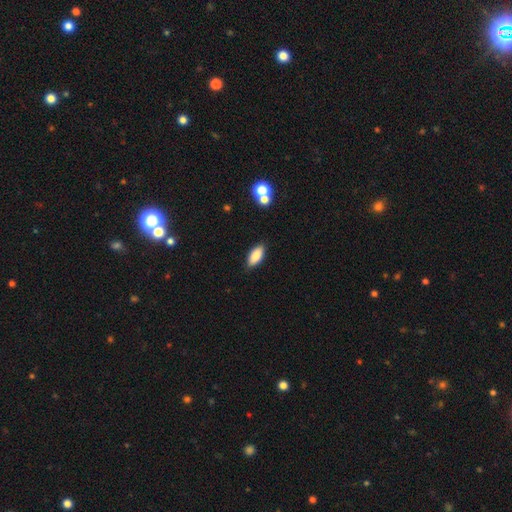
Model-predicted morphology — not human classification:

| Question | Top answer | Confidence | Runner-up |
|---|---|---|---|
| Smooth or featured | smooth | 84% | featured or disk (9%) |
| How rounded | in between | 86% | cigar-shaped (11%) |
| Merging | none | 86% | minor disturbance (10%) |